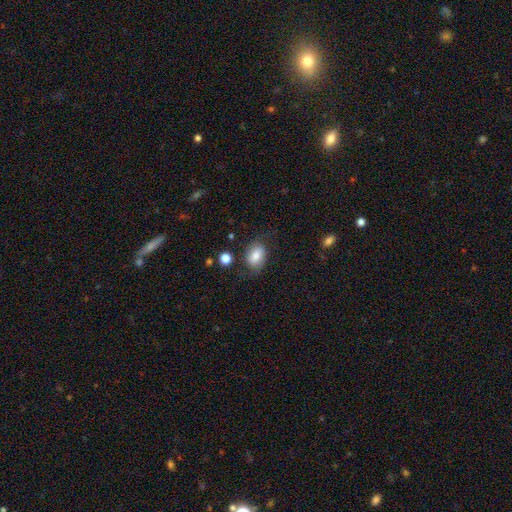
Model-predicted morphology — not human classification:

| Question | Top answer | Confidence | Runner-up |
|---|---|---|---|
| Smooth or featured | smooth | 74% | featured or disk (17%) |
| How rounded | in between | 77% | round (21%) |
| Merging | none | 65% | minor disturbance (22%) |